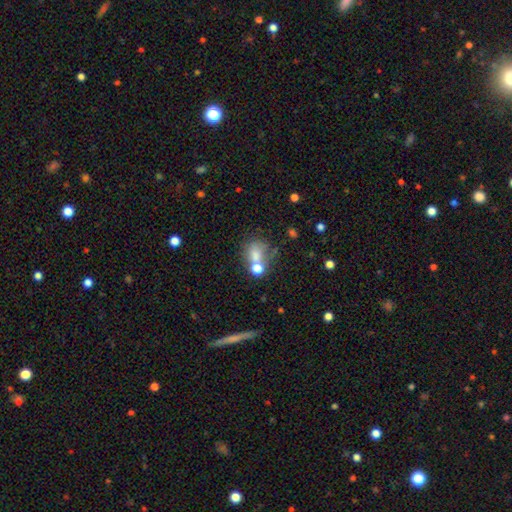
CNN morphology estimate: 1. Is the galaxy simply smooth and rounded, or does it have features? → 69% smooth, 16% featured or disk, 15% star or artifact.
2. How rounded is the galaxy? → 60% round, 39% in between, 1% cigar-shaped.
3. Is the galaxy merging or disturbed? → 39% none, 34% merger, 15% minor disturbance, 12% major disturbance.